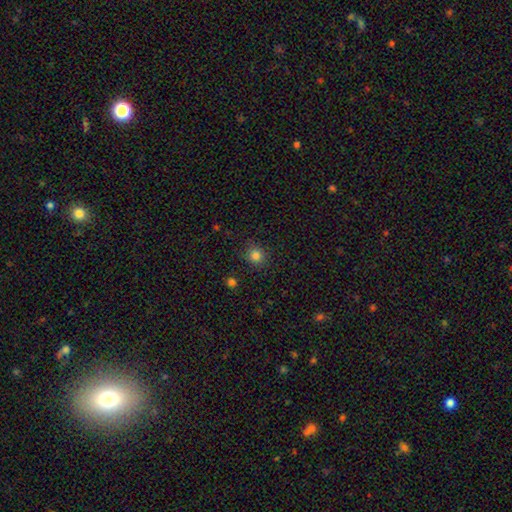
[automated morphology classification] This appears to be a smooth galaxy with no disk features (83%) that is round (90%). Merging: none (87%).